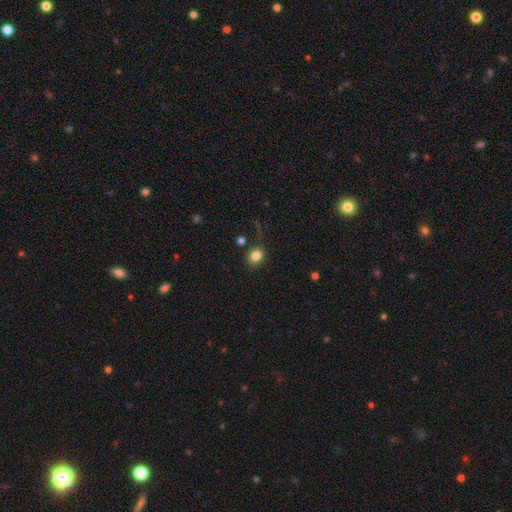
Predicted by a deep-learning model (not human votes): A smooth galaxy with no disk features (82%) that is round (69%).

Vote fractions:
- Smooth or featured? smooth: 82% / star or artifact: 11% / featured or disk: 6%
- How rounded? round: 69% / in between: 30% / cigar-shaped: 1%
- Merging? none: 78% / minor disturbance: 12% / major disturbance: 5% / merger: 5%